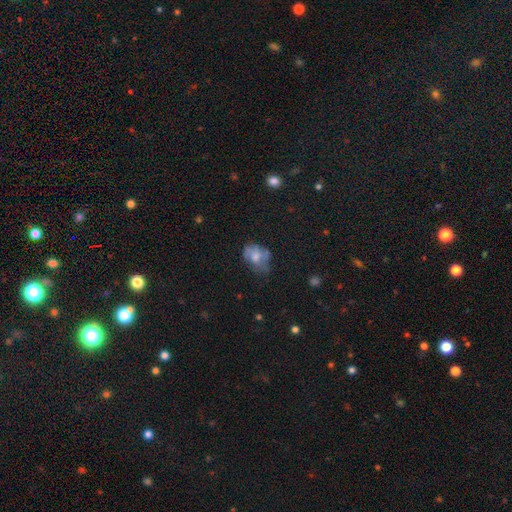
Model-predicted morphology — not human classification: Smooth or featured? Predicted: smooth (p=0.58). How rounded? Predicted: in between (p=0.69). Merging? Predicted: none (p=0.41).